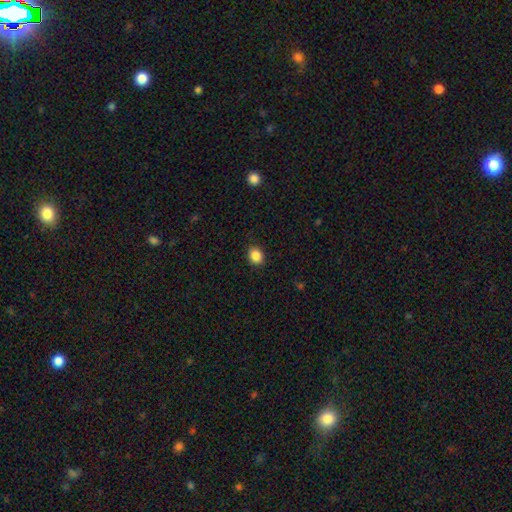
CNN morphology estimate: Smooth or featured? Predicted: smooth (p=0.86). How rounded? Predicted: round (p=0.62). Merging? Predicted: none (p=0.89).